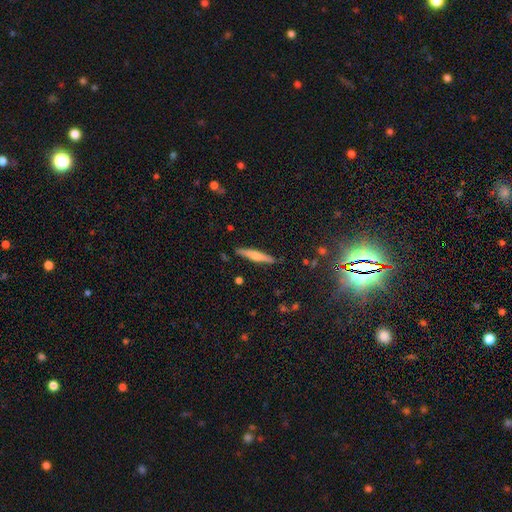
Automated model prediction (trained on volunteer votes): Smooth or featured: smooth — 48% (featured or disk — 45%)
Merging: none — 89% (minor disturbance — 8%)